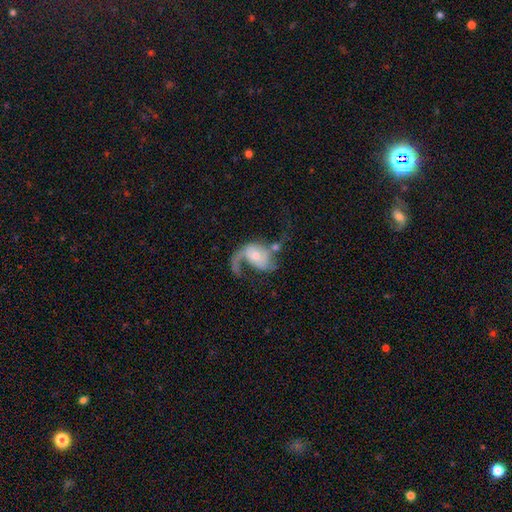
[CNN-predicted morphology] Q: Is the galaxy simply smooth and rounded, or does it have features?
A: featured or disk — 73%.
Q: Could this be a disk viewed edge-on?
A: no — 97%.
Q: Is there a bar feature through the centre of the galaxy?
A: no — 64%.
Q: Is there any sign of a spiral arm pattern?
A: yes — 87%.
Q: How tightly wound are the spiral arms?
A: loose — 72%.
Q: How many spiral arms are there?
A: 1 — 50%.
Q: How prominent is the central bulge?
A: small — 44%, tied with moderate.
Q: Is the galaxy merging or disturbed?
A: major disturbance — 43%.